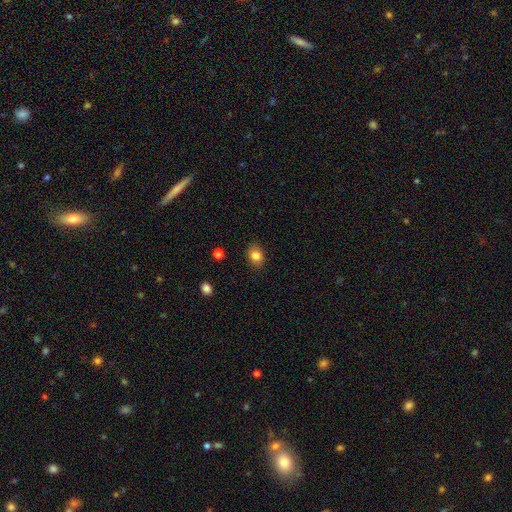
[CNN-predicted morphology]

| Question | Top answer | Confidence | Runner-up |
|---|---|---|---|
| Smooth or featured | smooth | 83% | star or artifact (10%) |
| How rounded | in between | 57% | round (42%) |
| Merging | none | 86% | minor disturbance (11%) |